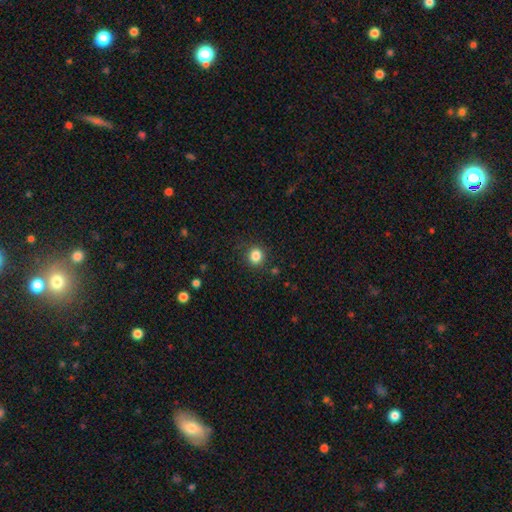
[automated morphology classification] Smooth or featured: smooth — 84% (star or artifact — 11%)
How rounded: round — 86% (in between — 13%)
Merging: none — 88% (minor disturbance — 7%)